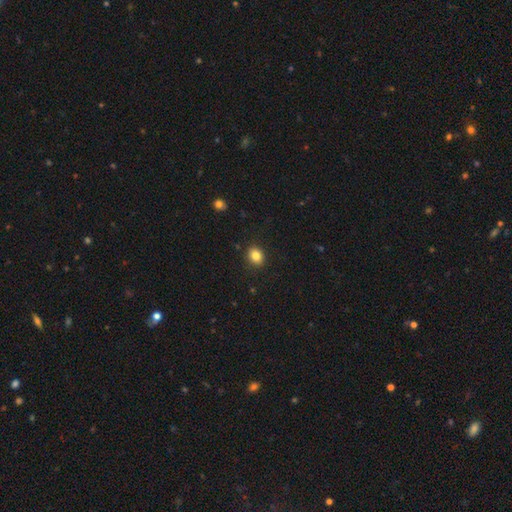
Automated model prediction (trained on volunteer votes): This appears to be a smooth galaxy with no disk features (84%) that is in between round and cigar-shaped (51%). Merging: none (88%).